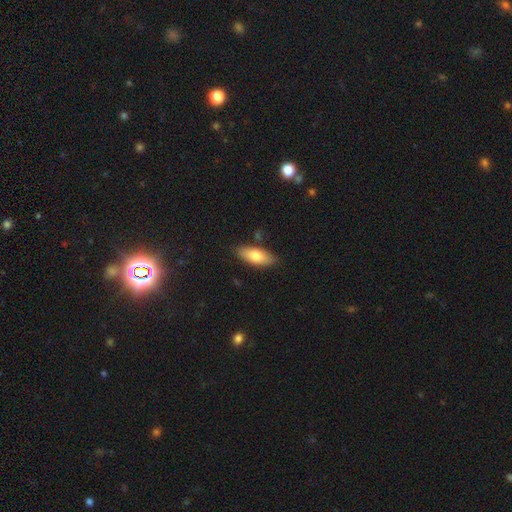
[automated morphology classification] Smooth or featured? smooth (76%)
How rounded? in between (80%)
Merging? none (84%)